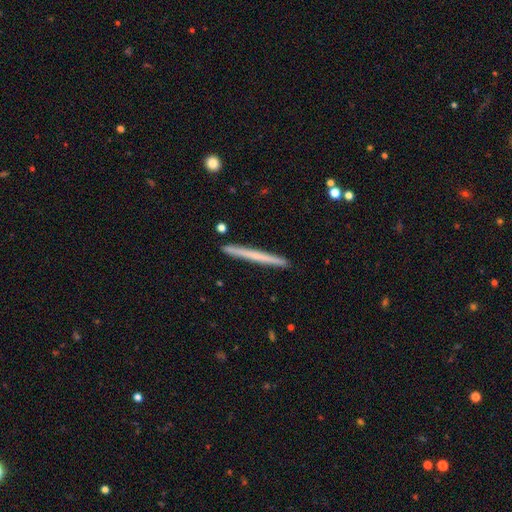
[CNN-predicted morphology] Smooth or featured? smooth (54%)
How rounded? cigar-shaped (97%)
Merging? none (92%)